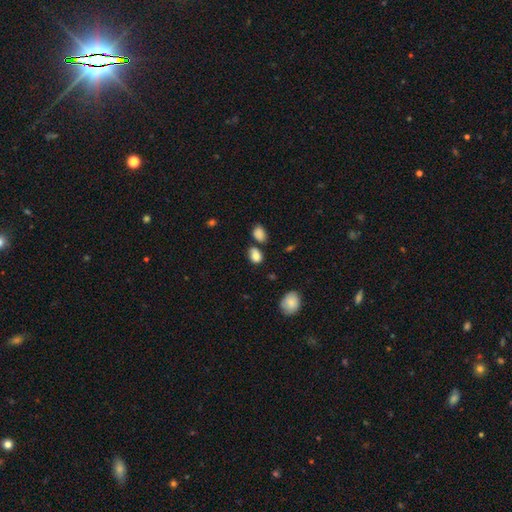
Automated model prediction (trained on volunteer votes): Smooth or featured?
  - smooth: 84% *
  - star or artifact: 10%
  - featured or disk: 7%
How rounded?
  - in between: 75% *
  - round: 23%
  - cigar-shaped: 2%
Merging?
  - none: 56% *
  - merger: 19%
  - minor disturbance: 19%
  - major disturbance: 6%